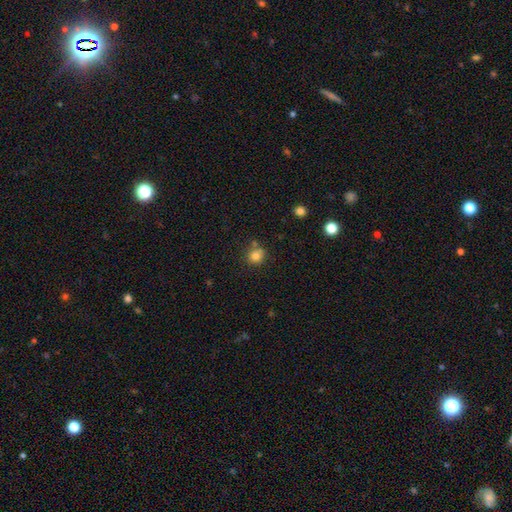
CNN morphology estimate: Overall: smooth (81%). How rounded: round (82%). Merging: none (66%).